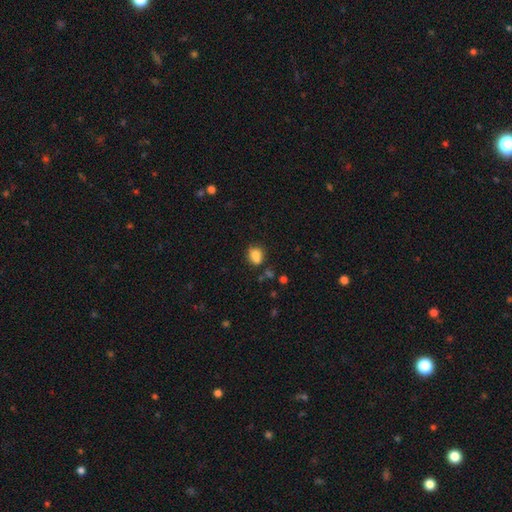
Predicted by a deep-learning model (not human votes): This is likely a smooth galaxy (80%). How rounded: possibly round (53%). Merging: possibly none (54%).